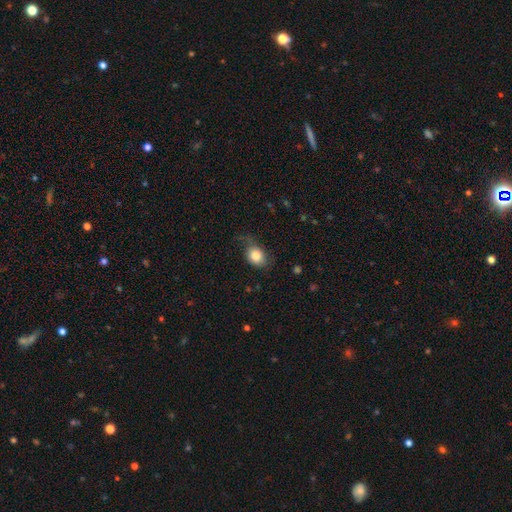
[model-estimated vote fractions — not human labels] smooth-or-featured: smooth: 81% | featured or disk: 11% | star or artifact: 8%
  how-rounded: in between: 54% | round: 45% | cigar-shaped: 1%
  merging: none: 52% | minor disturbance: 30% | major disturbance: 16% | merger: 2%